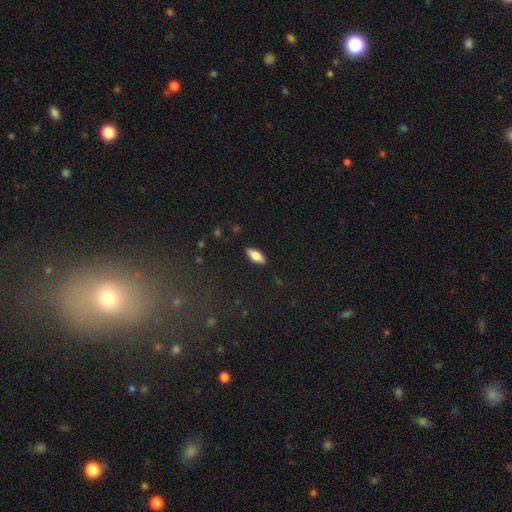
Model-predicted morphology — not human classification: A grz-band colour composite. It shows a smooth galaxy with no disk features (71%) that is in between round and cigar-shaped (78%). Merging: none (89%).